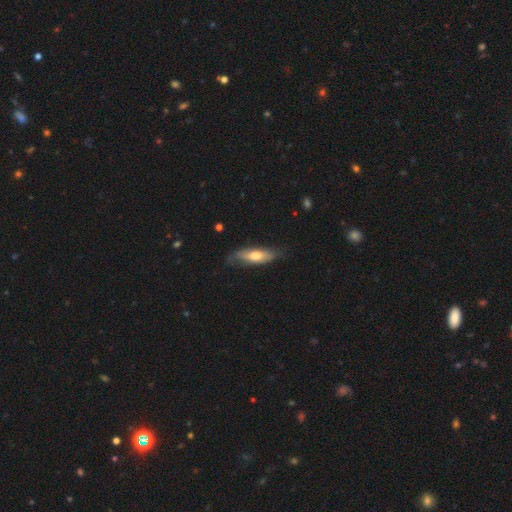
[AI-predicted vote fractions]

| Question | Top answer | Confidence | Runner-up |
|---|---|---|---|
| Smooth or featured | smooth | 57% | featured or disk (38%) |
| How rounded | cigar-shaped | 53% | in between (45%) |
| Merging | none | 68% | minor disturbance (25%) |